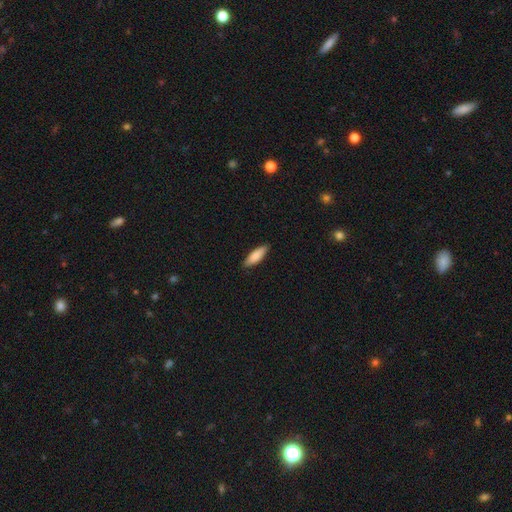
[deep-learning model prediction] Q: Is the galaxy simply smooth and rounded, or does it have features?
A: smooth — 84%.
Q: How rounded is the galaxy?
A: in between — 54%.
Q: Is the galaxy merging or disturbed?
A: none — 88%.